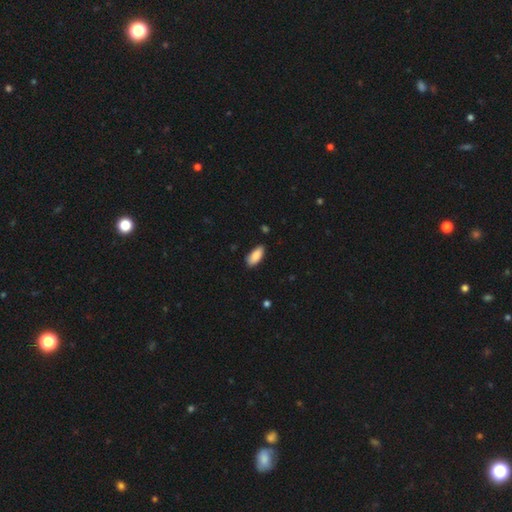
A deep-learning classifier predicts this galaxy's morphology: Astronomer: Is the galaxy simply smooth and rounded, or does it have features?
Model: smooth — 88%.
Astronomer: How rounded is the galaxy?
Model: in between — 87%.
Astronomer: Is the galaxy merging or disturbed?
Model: none — 83%.